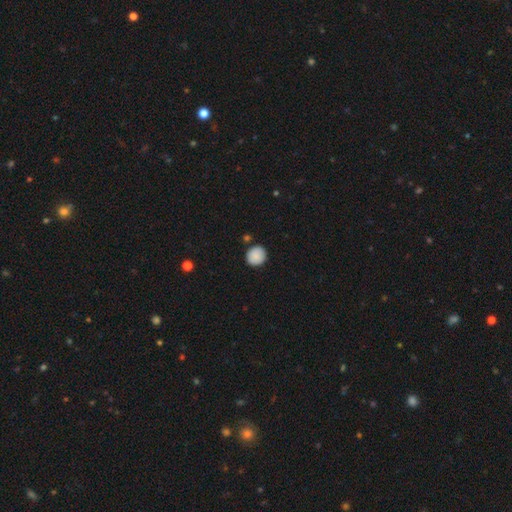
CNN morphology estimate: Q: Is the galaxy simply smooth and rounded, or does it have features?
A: smooth — 88%.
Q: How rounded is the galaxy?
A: round — 86%.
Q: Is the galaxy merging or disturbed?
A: none — 86%.